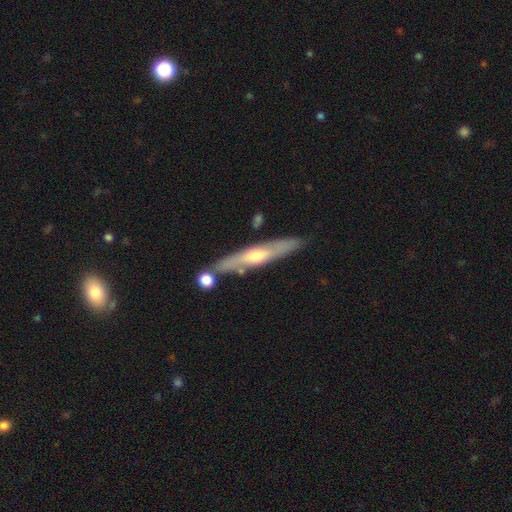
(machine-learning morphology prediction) The model was most divided on "smooth or featured": featured or disk: 63%, smooth: 30%, star or artifact: 6%. More confident: edge-on disk — yes (82%); edge-on bulge — rounded (81%); merging — none (76%).